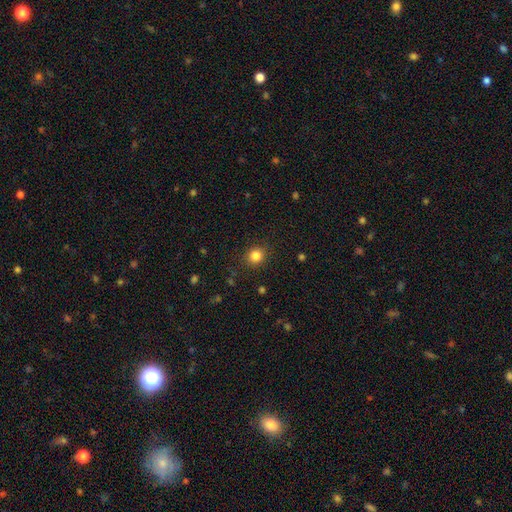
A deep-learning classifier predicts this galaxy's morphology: Smooth or featured: smooth — 83% (star or artifact — 12%)
How rounded: round — 83% (in between — 16%)
Merging: none — 89% (minor disturbance — 8%)